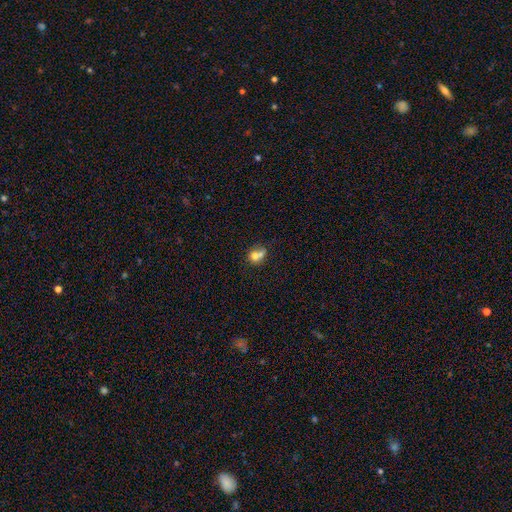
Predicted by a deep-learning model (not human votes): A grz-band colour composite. It shows a smooth galaxy with no disk features (68%) that is round (66%). Merging: merger (53%).